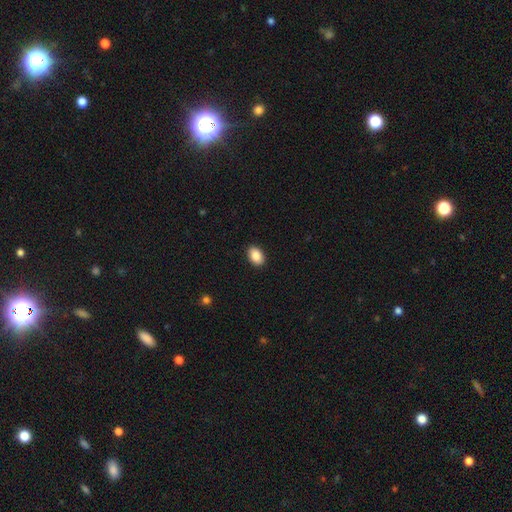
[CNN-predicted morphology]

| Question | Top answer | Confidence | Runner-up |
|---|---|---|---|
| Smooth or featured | smooth | 88% | star or artifact (8%) |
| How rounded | in between | 87% | round (12%) |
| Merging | none | 91% | minor disturbance (7%) |